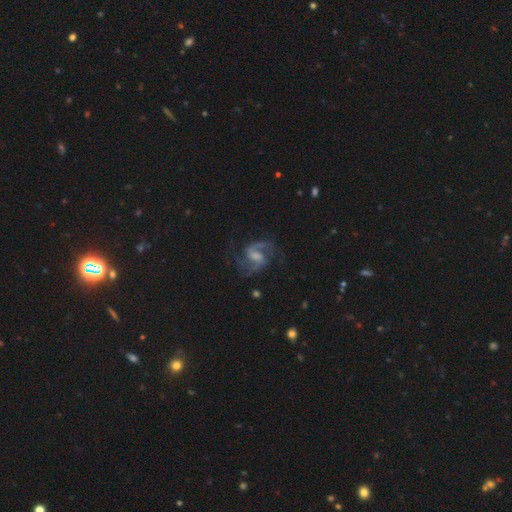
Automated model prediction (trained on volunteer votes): smooth-or-featured: featured or disk: 90% | star or artifact: 5% | smooth: 5%
  disk-edge-on: no: 98% | yes: 2%
    bar: weak: 55% | no: 25% | strong: 20%
    has-spiral-arms: yes: 98% | no: 2%
      spiral-winding: medium: 60% | loose: 24% | tight: 15%
      spiral-arm-count: 2: 79% | 3: 9% | can't tell: 4% | 1: 3% | 4: 2% | more than 4: 2%
    bulge-size: moderate: 36% | small: 29% | none: 24% | large: 11% | dominant: 1%
  merging: none: 69% | minor disturbance: 16% | major disturbance: 13% | merger: 2%